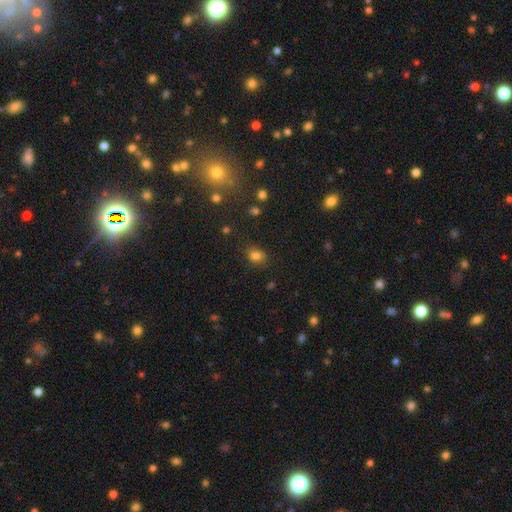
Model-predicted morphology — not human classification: Overall: smooth (79%). How rounded: in between (56%; round 43%). Merging: none (74%).